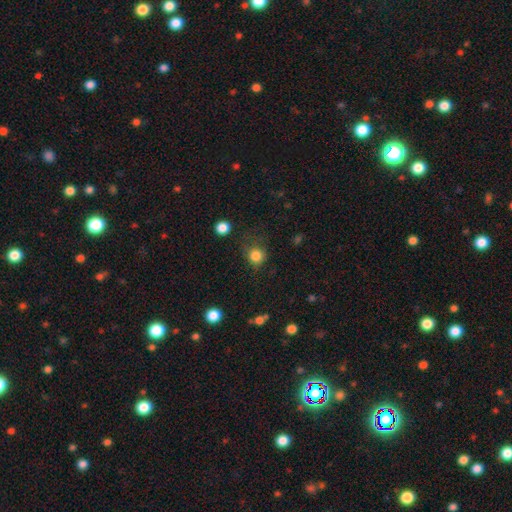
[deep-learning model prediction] Morphology: type=smooth (83%); roundness=round (87%); merging=none (69%).